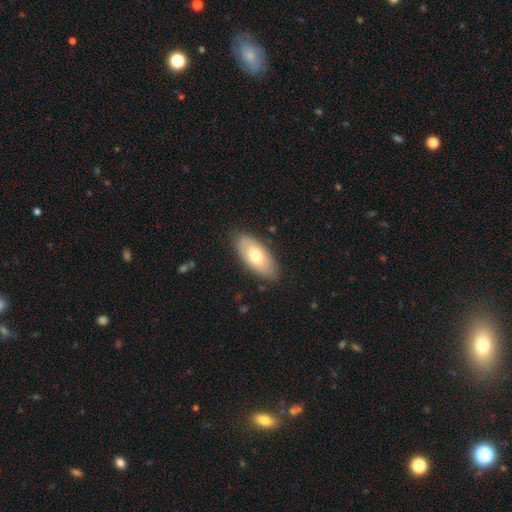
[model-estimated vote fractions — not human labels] The model was most divided on "smooth or featured": smooth: 67%, featured or disk: 27%, star or artifact: 6%. More confident: how rounded — in between (89%); merging — none (83%).